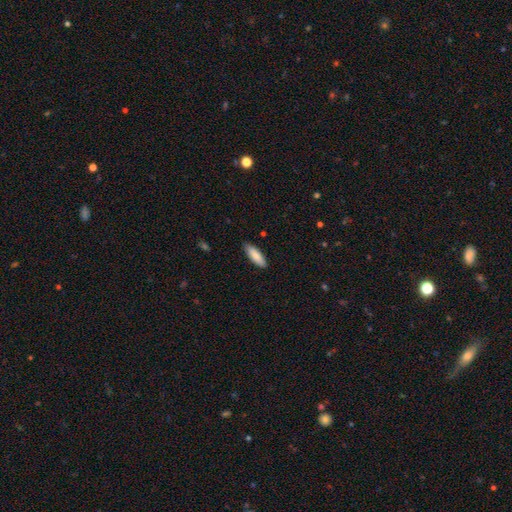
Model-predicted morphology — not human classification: A smooth galaxy with no disk features (83%) that is in between round and cigar-shaped (56%). Merging: none (86%).